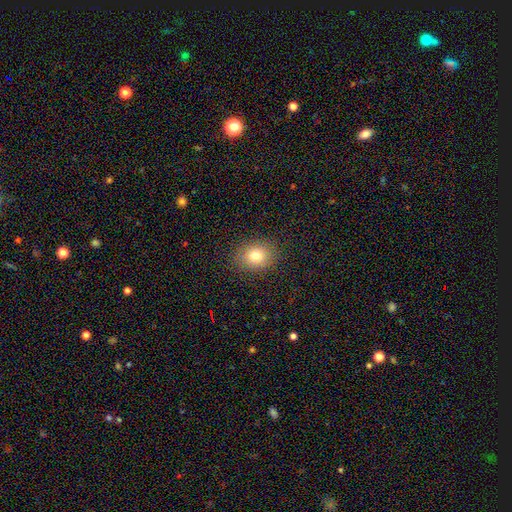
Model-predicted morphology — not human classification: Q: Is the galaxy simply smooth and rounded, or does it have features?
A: smooth — 78%.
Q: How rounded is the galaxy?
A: round — 56%.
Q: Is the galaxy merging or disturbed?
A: none — 88%.